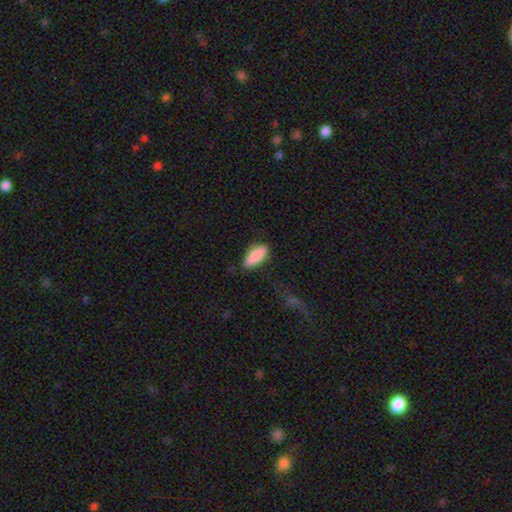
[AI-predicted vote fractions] The model was most divided on "how rounded": in between: 64%, cigar-shaped: 34%, round: 2%. More confident: smooth or featured — smooth (86%); merging — none (78%).